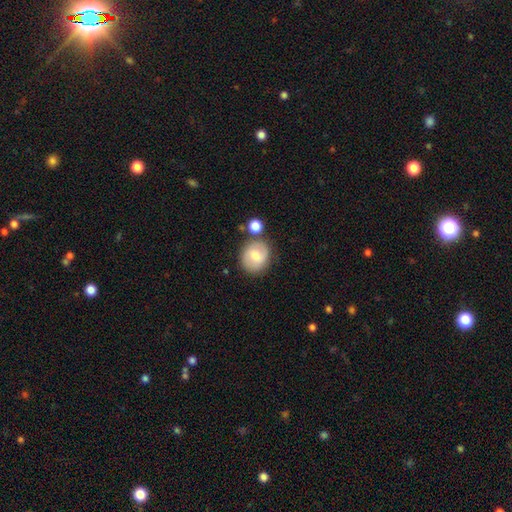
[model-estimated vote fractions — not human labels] A smooth galaxy with no disk features (64%) that is round (80%).

Vote fractions:
- Smooth or featured? smooth: 64% / featured or disk: 29% / star or artifact: 8%
- How rounded? round: 80% / in between: 19% / cigar-shaped: 1%
- Merging? none: 72% / minor disturbance: 13% / merger: 12% / major disturbance: 4%